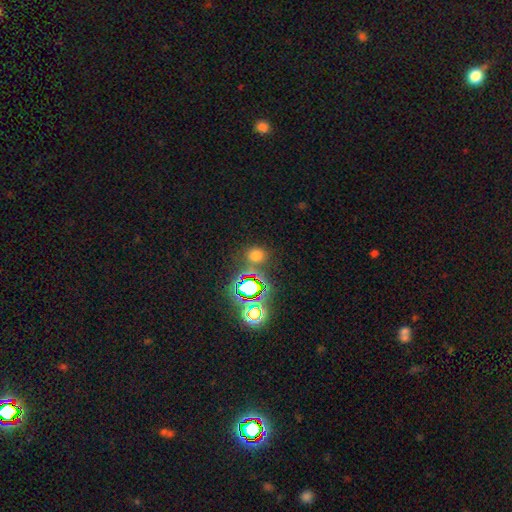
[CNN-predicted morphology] smooth 62%, star or artifact 31%, featured or disk 7%. Down the decision tree: how rounded — round (80%); merging — none (74%).